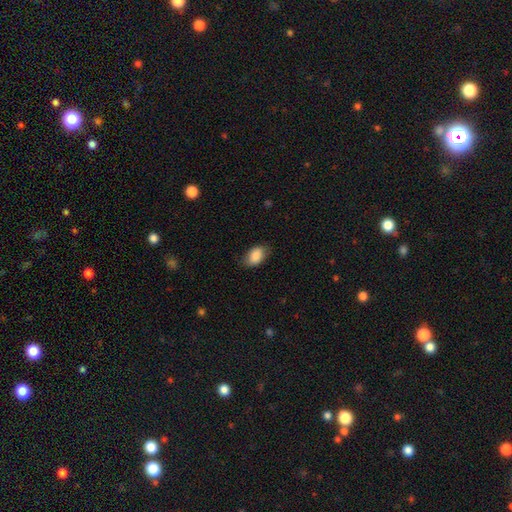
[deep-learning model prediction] Overall: smooth (87%). How rounded: in between (88%). Merging: none (75%).